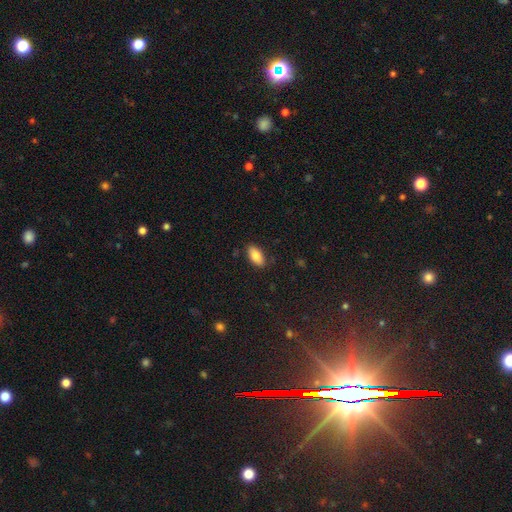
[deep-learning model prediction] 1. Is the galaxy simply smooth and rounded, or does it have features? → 84% smooth, 9% featured or disk, 7% star or artifact.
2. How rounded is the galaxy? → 92% in between, 5% cigar-shaped, 3% round.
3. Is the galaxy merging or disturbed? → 86% none, 10% minor disturbance, 2% major disturbance, 1% merger.